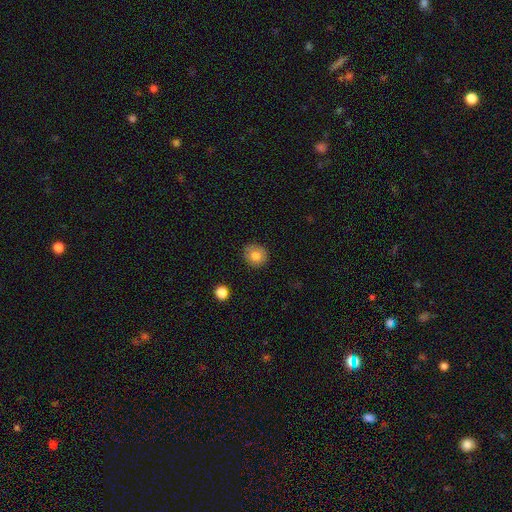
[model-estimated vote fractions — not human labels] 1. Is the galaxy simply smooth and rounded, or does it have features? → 78% smooth, 13% featured or disk, 9% star or artifact.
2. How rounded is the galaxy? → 85% round, 14% in between, 1% cigar-shaped.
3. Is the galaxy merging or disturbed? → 86% none, 10% minor disturbance, 2% major disturbance, 1% merger.